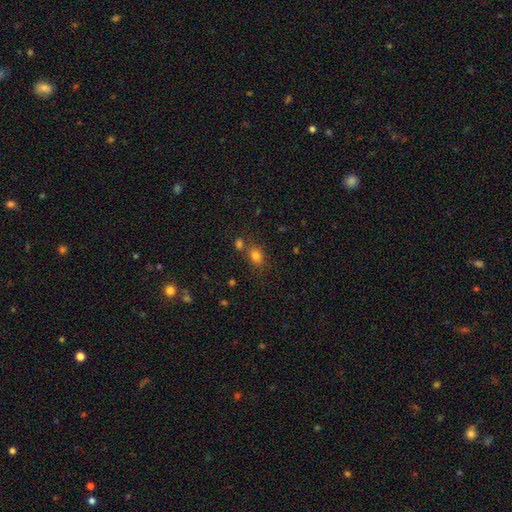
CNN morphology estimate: The model was most divided on "how rounded": in between: 54%, round: 44%, cigar-shaped: 1%. More confident: smooth or featured — smooth (79%); merging — none (63%).